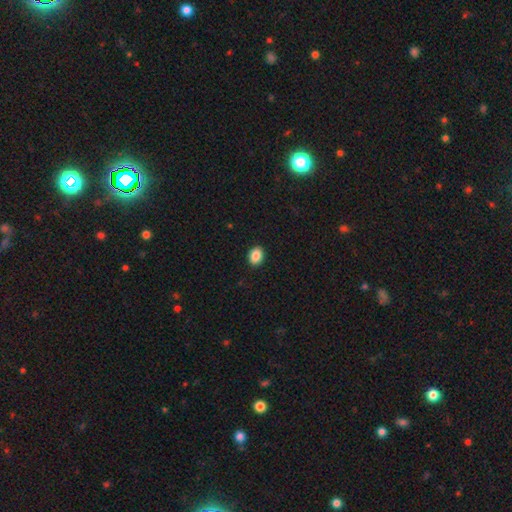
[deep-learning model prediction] A smooth galaxy with no disk features (88%) that is in between round and cigar-shaped (62%). Merging: none (91%).